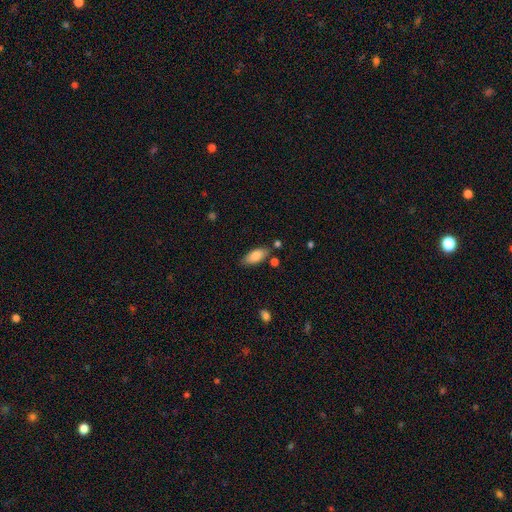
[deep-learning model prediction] Smooth or featured?
  - smooth: 84% *
  - featured or disk: 10%
  - star or artifact: 6%
How rounded?
  - in between: 84% *
  - cigar-shaped: 14%
  - round: 2%
Merging?
  - none: 77% *
  - minor disturbance: 14%
  - merger: 5%
  - major disturbance: 3%